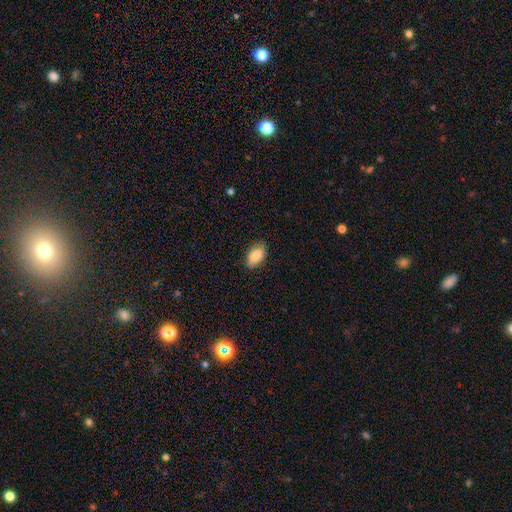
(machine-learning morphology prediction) smooth_or_featured: smooth (p=0.85) [alt: featured or disk p=0.08]
how_rounded: in between (p=0.92) [alt: round p=0.05]
merging: none (p=0.80) [alt: minor disturbance p=0.16]